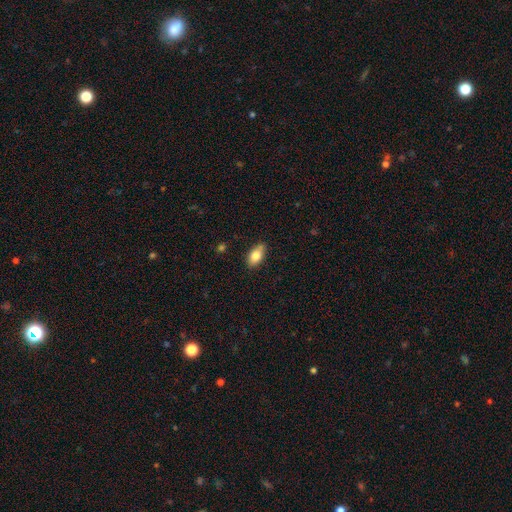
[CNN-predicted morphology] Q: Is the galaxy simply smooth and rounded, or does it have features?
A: smooth — 80%.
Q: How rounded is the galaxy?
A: in between — 90%.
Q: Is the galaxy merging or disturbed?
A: none — 80%.